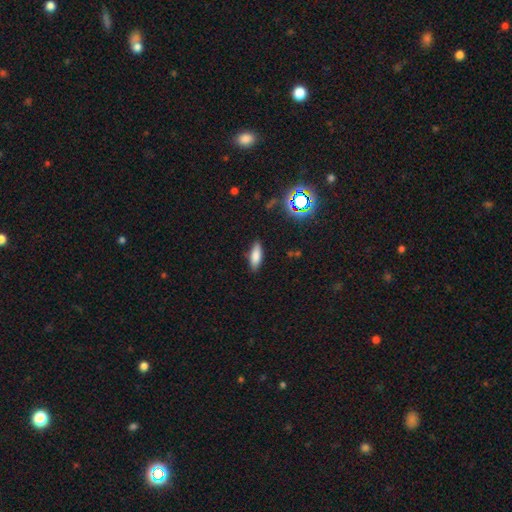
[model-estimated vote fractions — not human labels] smooth 80%, star or artifact 10%, featured or disk 10%. Down the decision tree: how rounded — in between (68%); merging — none (85%).